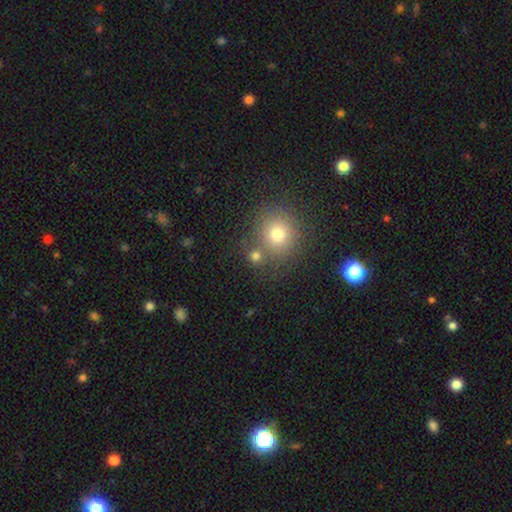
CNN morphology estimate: Q: Smooth or featured?
A: smooth (74%); runner-up: star or artifact (17%)
Q: How rounded?
A: round (87%); runner-up: in between (12%)
Q: Merging?
A: none (65%); runner-up: merger (22%)